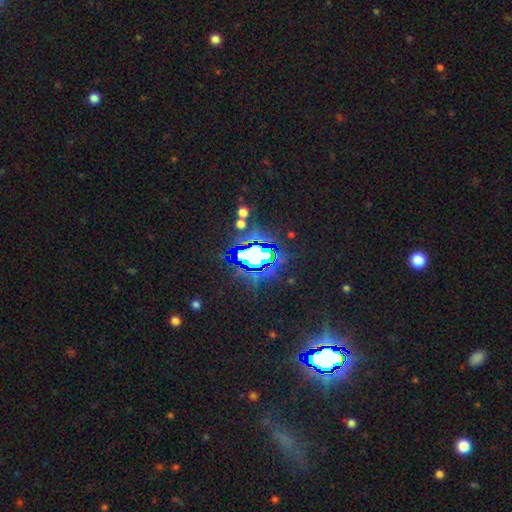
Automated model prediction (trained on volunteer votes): Smooth or featured: star or artifact — 74% (smooth — 15%)